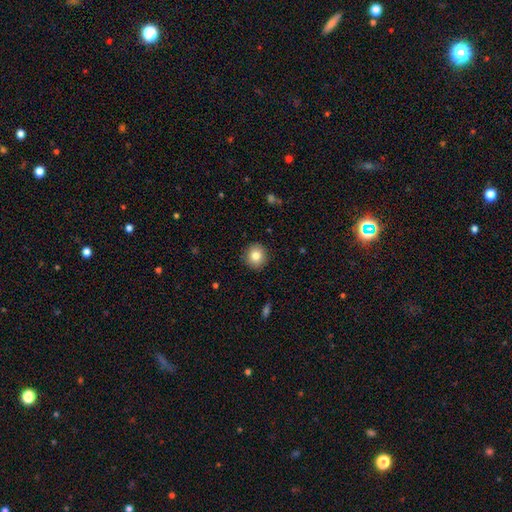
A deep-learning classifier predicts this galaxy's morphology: type=smooth (83%); roundness=round (91%); merging=none (91%).